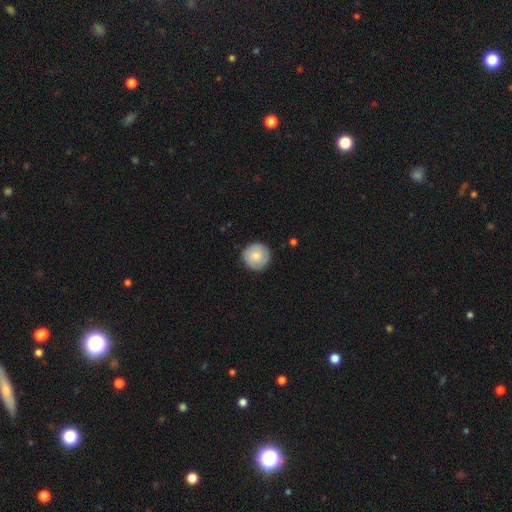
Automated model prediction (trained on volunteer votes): Morphology: type=smooth (72%); roundness=round (95%); merging=none (88%).